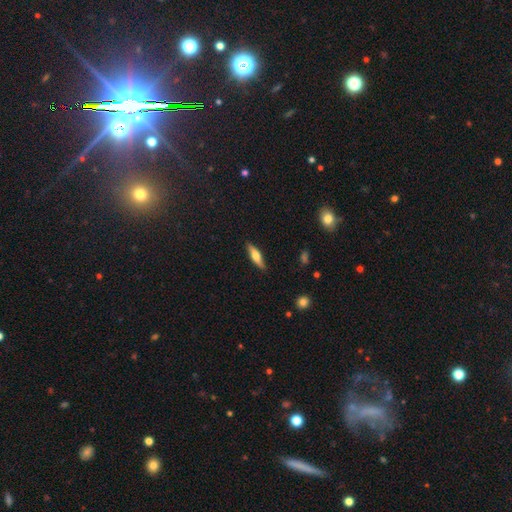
This is possibly a smooth galaxy (57%). How rounded: possibly cigar-shaped (52%). Merging: clearly none (95%).